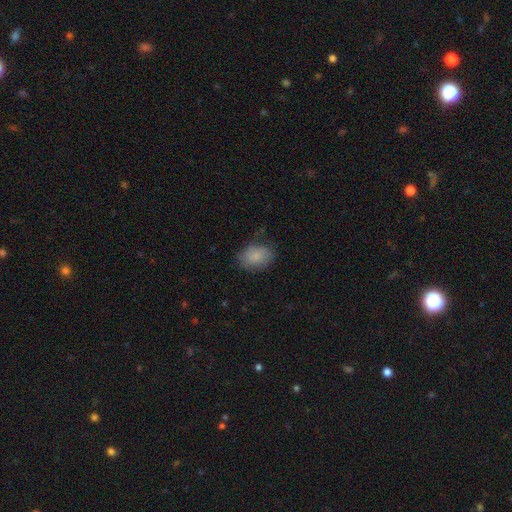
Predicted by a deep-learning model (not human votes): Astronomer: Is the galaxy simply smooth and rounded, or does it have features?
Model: smooth — 84%.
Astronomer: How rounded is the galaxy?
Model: in between — 71%.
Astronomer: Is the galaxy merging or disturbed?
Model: none — 72%.